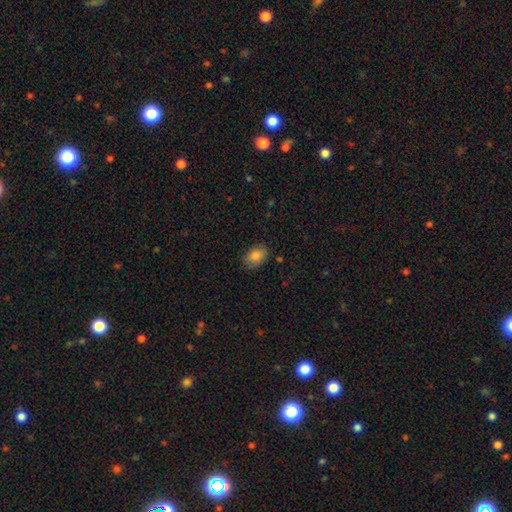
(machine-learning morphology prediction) A smooth galaxy with no disk features (84%) that is in between round and cigar-shaped (78%).

Vote fractions:
- Smooth or featured? smooth: 84% / star or artifact: 8% / featured or disk: 8%
- How rounded? in between: 78% / round: 21% / cigar-shaped: 1%
- Merging? none: 82% / minor disturbance: 14% / major disturbance: 3% / merger: 1%